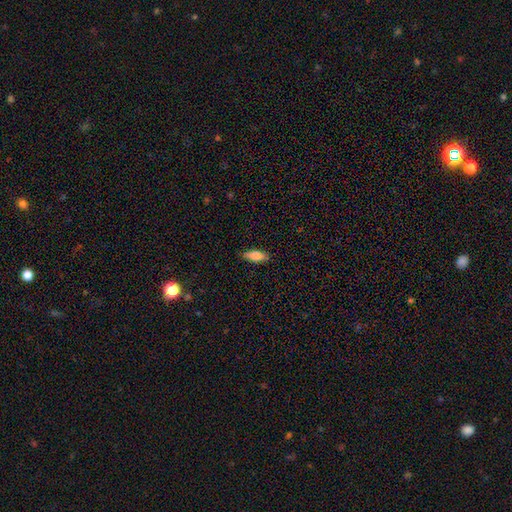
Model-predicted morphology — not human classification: type=smooth (80%); roundness=in between (74%); merging=none (85%).